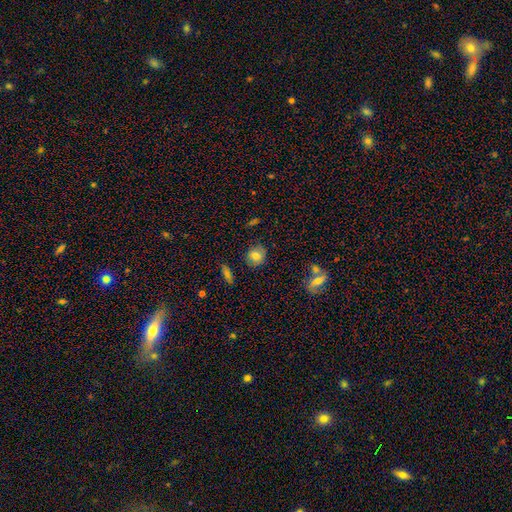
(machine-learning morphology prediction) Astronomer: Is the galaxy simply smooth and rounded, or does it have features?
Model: smooth — 76%.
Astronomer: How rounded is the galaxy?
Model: round — 75%.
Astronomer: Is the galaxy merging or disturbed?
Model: none — 80%.